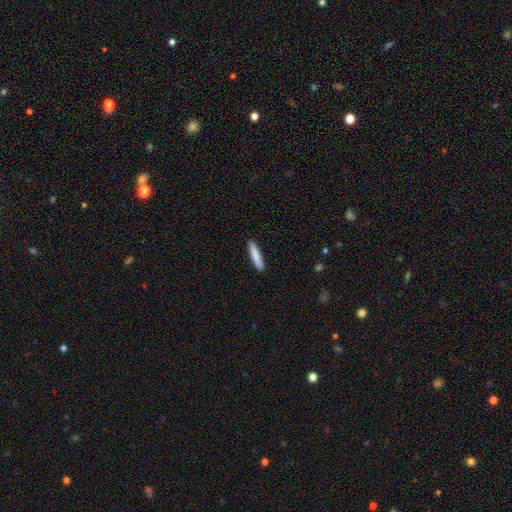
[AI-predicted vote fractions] Smooth or featured: smooth — 84% (featured or disk — 11%)
How rounded: cigar-shaped — 91% (in between — 8%)
Merging: none — 91% (minor disturbance — 7%)